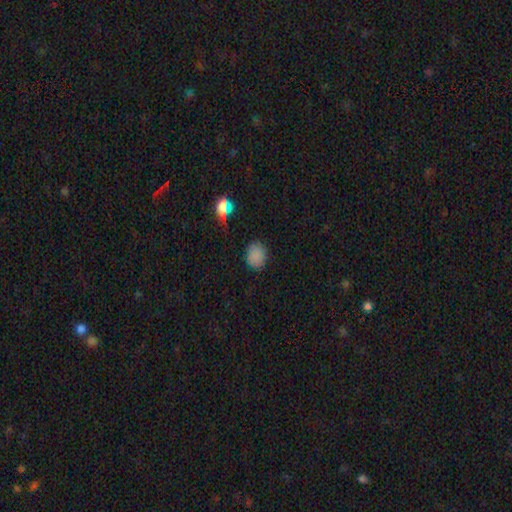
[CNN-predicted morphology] Overall: smooth (80%). How rounded: round (61%; in between 38%). Merging: none (81%).